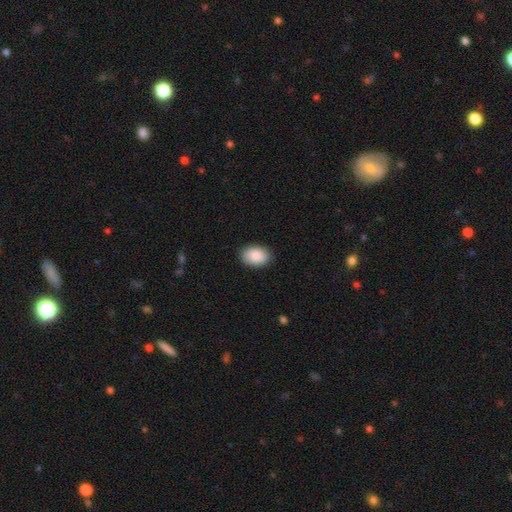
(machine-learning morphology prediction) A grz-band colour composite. It shows a smooth galaxy with no disk features (90%) that is in between round and cigar-shaped (86%). Merging: none (89%).